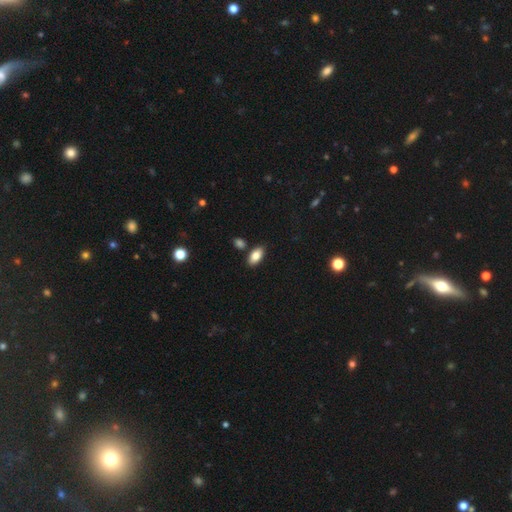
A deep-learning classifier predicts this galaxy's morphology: Smooth or featured? smooth (84%)
How rounded? in between (93%)
Merging? none (84%)